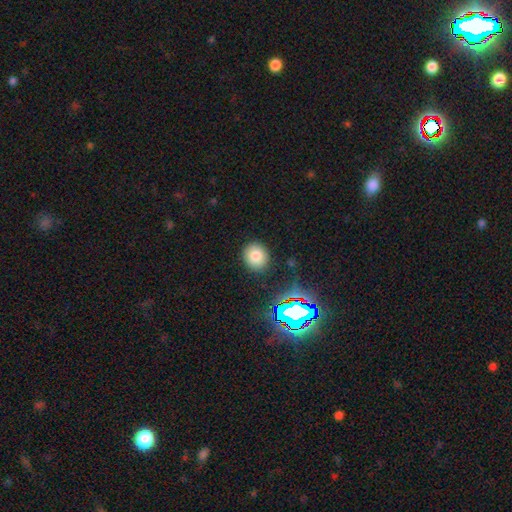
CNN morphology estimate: The model was most divided on "how rounded": round: 80%, in between: 19%, cigar-shaped: 1%. More confident: merging — none (89%); smooth or featured — smooth (77%).